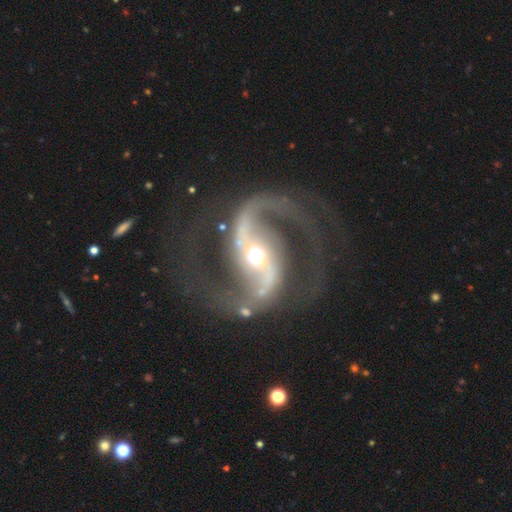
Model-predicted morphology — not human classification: Overall: featured or disk (92%). Edge-on disk: no (98%). Bar: strong (40%; no 30%). Spiral arms: yes (98%). Spiral arm count: 2 (94%). Spiral winding: medium (48%; loose 42%). Bulge size: moderate (67%). Merging: none (71%).